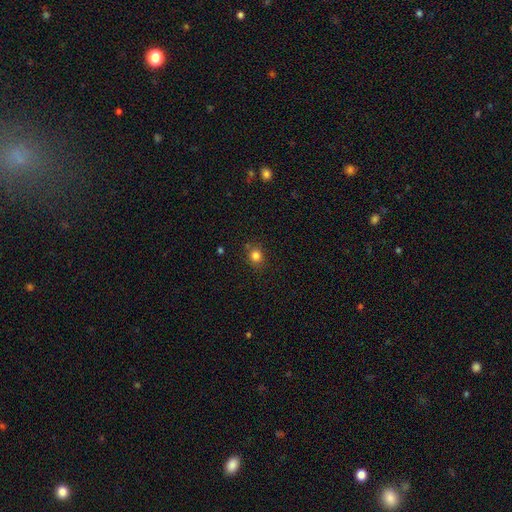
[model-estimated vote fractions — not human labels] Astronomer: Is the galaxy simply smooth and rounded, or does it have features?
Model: smooth — 82%.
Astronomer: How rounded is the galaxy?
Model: round — 76%.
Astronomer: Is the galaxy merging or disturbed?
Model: none — 83%.